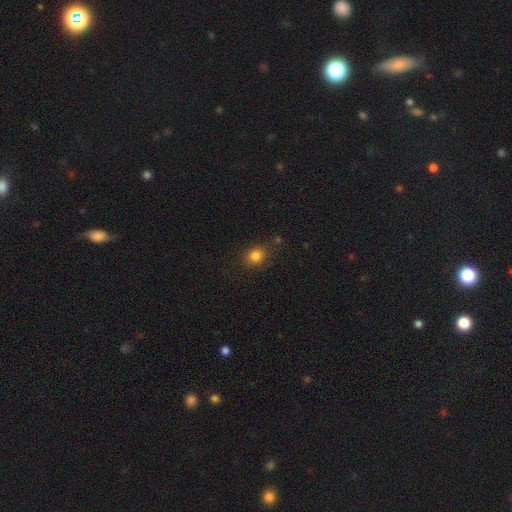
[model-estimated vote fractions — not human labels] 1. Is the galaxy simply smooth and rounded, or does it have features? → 83% smooth, 12% star or artifact, 5% featured or disk.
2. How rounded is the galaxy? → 71% round, 28% in between, 1% cigar-shaped.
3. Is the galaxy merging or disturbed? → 83% none, 11% minor disturbance, 3% major disturbance, 2% merger.